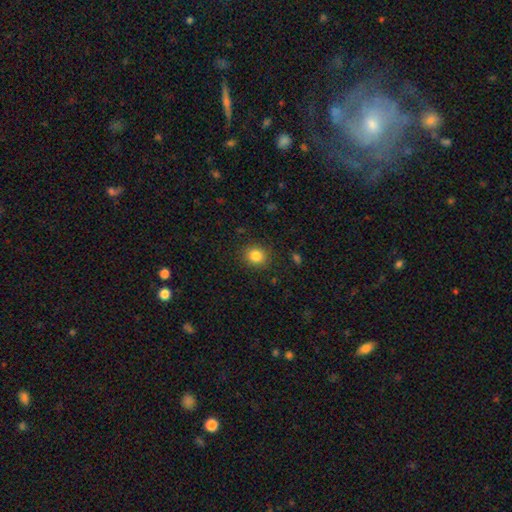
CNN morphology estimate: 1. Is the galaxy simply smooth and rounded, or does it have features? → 84% smooth, 11% star or artifact, 5% featured or disk.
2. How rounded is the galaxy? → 81% round, 18% in between, 1% cigar-shaped.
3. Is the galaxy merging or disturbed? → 88% none, 8% minor disturbance, 3% major disturbance, 1% merger.